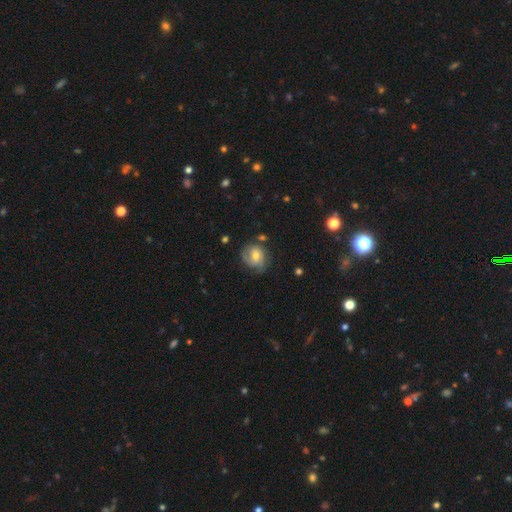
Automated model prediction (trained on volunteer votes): This is likely a featured or disk galaxy (64%). It is clearly not viewed edge-on (97%). Bar: likely no (61%). Spiral arm pattern: clearly yes (88%). Spiral arm count: possibly 2 (49%). Spiral winding: possibly tight (47%). Central bulge: possibly moderate (60%). Merging: likely none (64%).